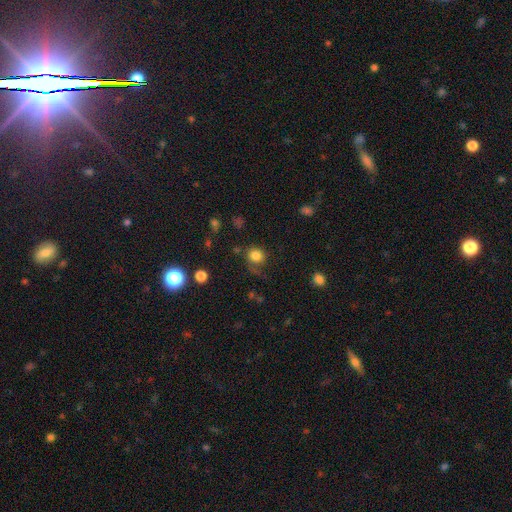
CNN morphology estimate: Smooth or featured? smooth (81%)
How rounded? round (81%)
Merging? none (60%)